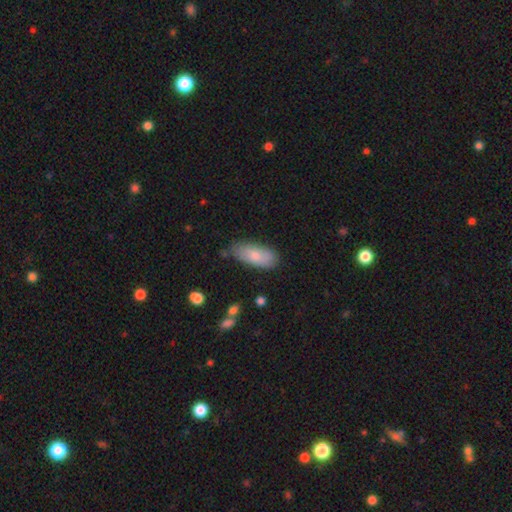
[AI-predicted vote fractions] Morphology: type=smooth (75%); roundness=in between (85%); merging=none (70%).